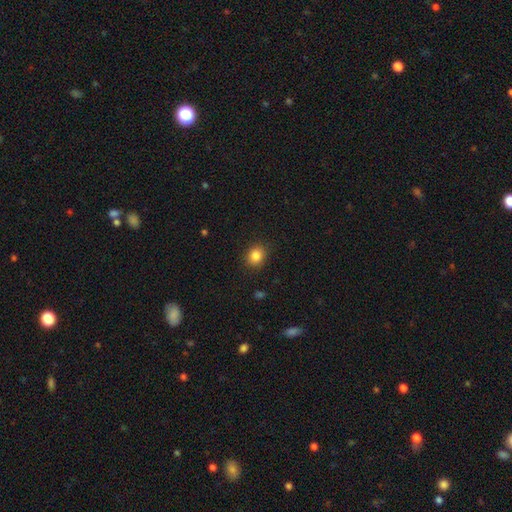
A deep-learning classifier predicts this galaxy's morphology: A smooth galaxy with no disk features (84%) that is round (72%).

Vote fractions:
- Smooth or featured? smooth: 84% / star or artifact: 11% / featured or disk: 5%
- How rounded? round: 72% / in between: 27% / cigar-shaped: 1%
- Merging? none: 88% / minor disturbance: 9% / major disturbance: 2% / merger: 1%